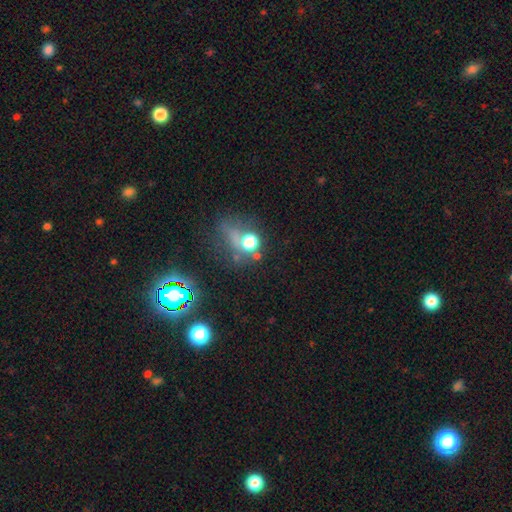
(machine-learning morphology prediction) A star or artifact, not a galaxy (45%).